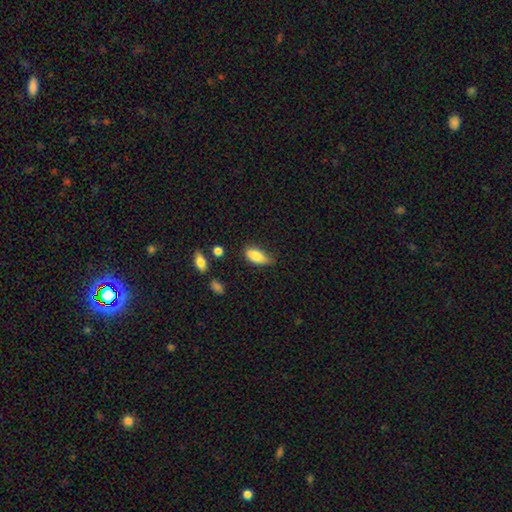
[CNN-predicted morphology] smooth-or-featured: smooth: 84% | featured or disk: 8% | star or artifact: 8%
  how-rounded: in between: 86% | cigar-shaped: 11% | round: 3%
  merging: none: 50% | minor disturbance: 39% | major disturbance: 8% | merger: 3%